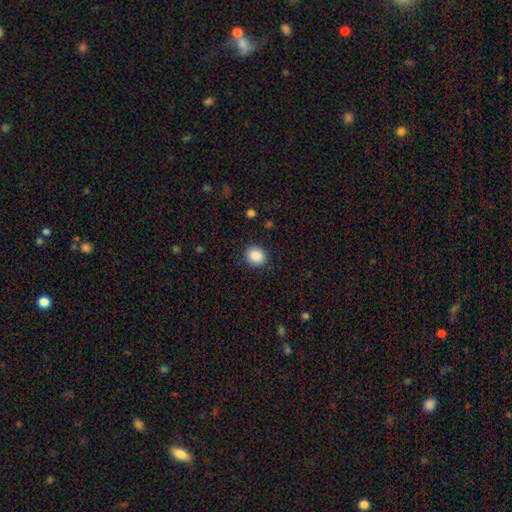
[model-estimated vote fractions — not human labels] A smooth galaxy with no disk features (88%) that is round (77%). Merging: none (88%).